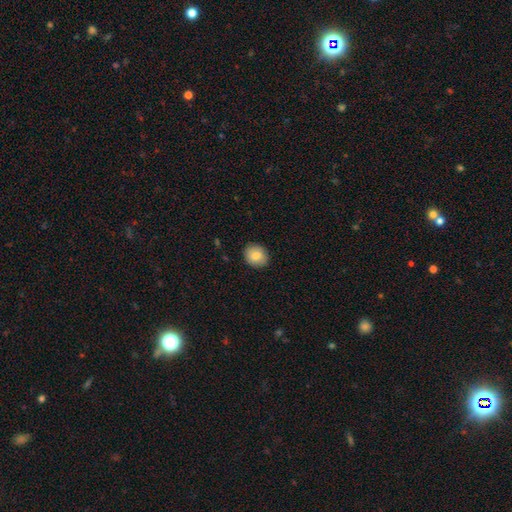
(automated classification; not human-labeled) Q: Smooth or featured?
A: smooth (81%); runner-up: featured or disk (12%)
Q: How rounded?
A: round (73%); runner-up: in between (27%)
Q: Merging?
A: none (88%); runner-up: minor disturbance (9%)